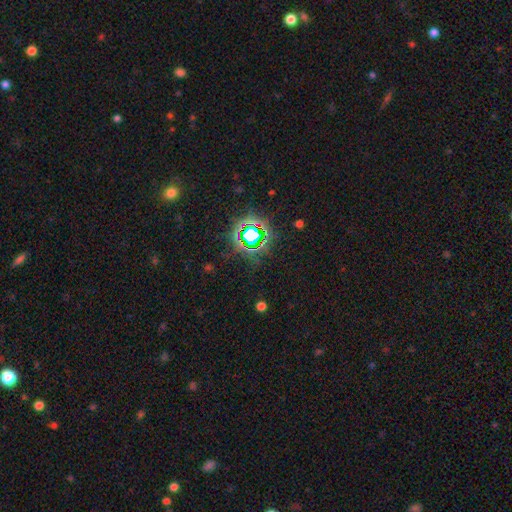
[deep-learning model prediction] The model was most divided on "smooth or featured": star or artifact: 77%, smooth: 15%, featured or disk: 8%.